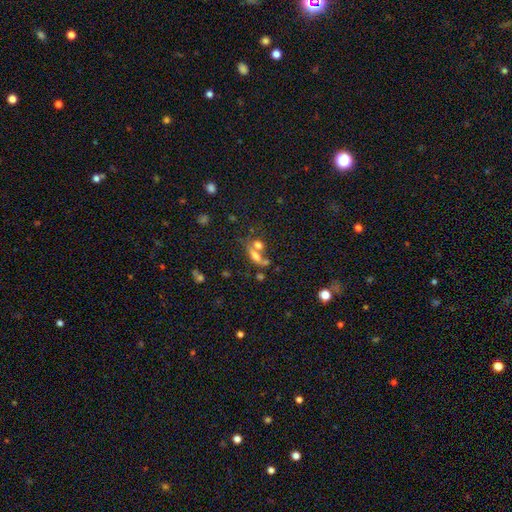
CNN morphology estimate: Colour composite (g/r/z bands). It shows a smooth galaxy with no disk features (57%) that is in between round and cigar-shaped (62%). Merging: merger (44%).